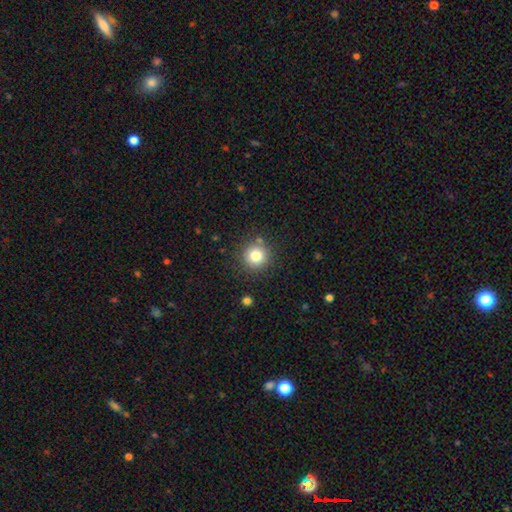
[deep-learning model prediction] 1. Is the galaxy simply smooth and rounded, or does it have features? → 80% smooth, 12% star or artifact, 8% featured or disk.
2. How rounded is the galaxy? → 94% round, 5% in between, 1% cigar-shaped.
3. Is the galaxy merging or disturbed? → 86% none, 8% minor disturbance, 4% merger, 3% major disturbance.